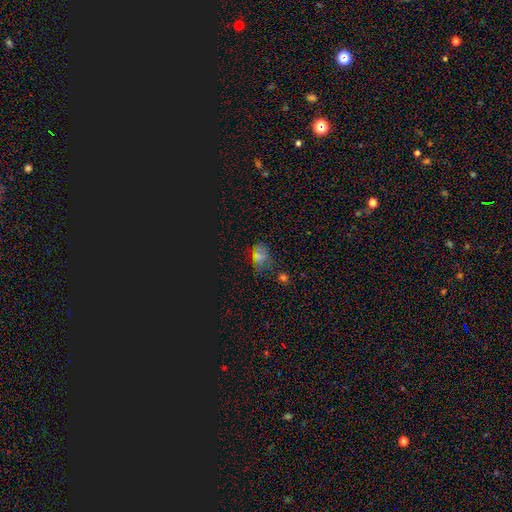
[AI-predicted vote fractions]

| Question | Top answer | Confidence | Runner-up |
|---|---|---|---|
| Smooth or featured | star or artifact | 46% | smooth (44%) |